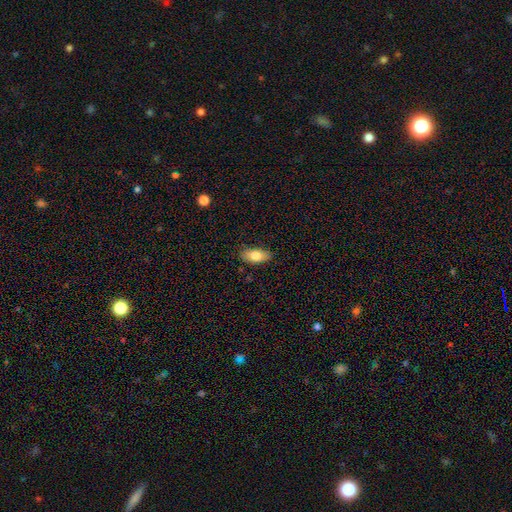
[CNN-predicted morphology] smooth 80%, featured or disk 13%, star or artifact 7%. Down the decision tree: how rounded — in between (89%); merging — none (85%).